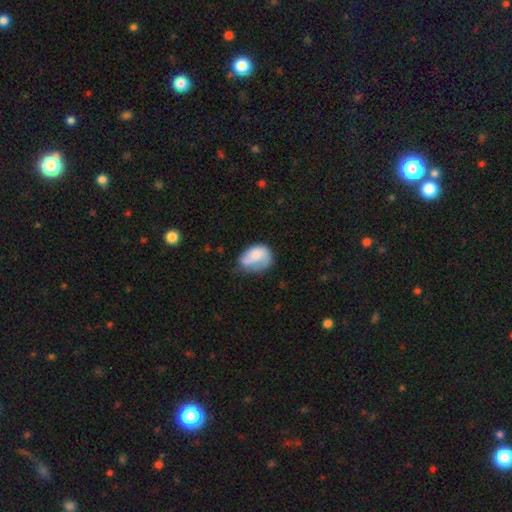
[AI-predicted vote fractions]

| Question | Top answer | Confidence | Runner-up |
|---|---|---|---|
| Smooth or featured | smooth | 68% | featured or disk (25%) |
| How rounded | in between | 71% | round (27%) |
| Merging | none | 39% | minor disturbance (35%) |